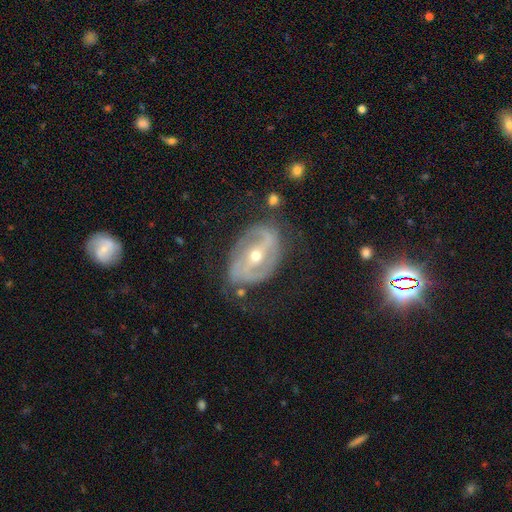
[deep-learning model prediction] Smooth or featured? featured or disk (86%)
Edge-on disk? no (95%)
Bar? strong (51%)
Spiral arms? yes (88%)
Spiral winding? medium (43%)
Spiral arm count? 2 (78%)
Bulge size? moderate (51%)
Merging? none (67%)